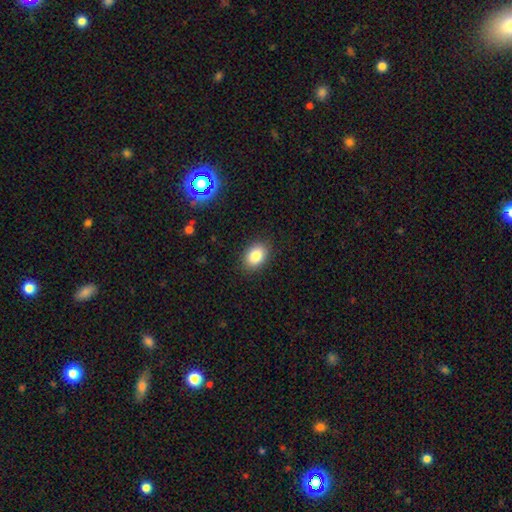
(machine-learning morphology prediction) type=smooth (84%); roundness=in between (77%); merging=none (88%).